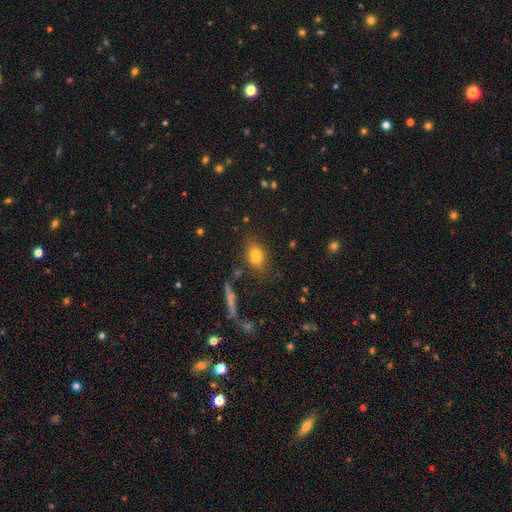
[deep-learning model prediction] The model was most divided on "merging": none: 65%, minor disturbance: 15%, merger: 14%, major disturbance: 6%. More confident: how rounded — in between (74%); smooth or featured — smooth (74%).